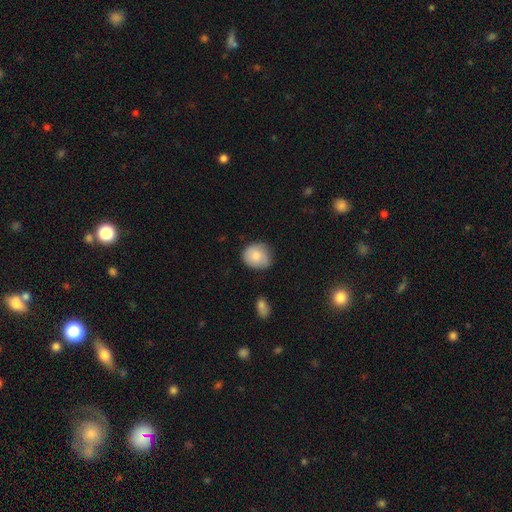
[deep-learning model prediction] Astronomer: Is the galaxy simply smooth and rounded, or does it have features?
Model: smooth — 81%.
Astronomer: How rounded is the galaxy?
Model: round — 73%.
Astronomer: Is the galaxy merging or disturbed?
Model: none — 69%.